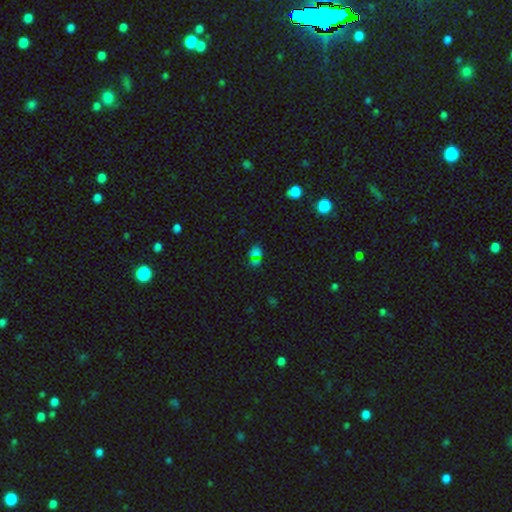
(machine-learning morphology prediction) smooth-or-featured: smooth: 48% | star or artifact: 43% | featured or disk: 9%
  merging: none: 55% | merger: 25% | minor disturbance: 13% | major disturbance: 7%